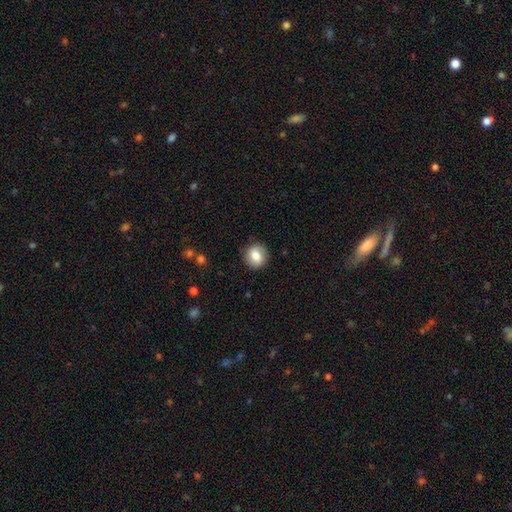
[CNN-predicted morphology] Q: Smooth or featured?
A: smooth (80%); runner-up: featured or disk (11%)
Q: How rounded?
A: round (85%); runner-up: in between (14%)
Q: Merging?
A: none (87%); runner-up: minor disturbance (9%)